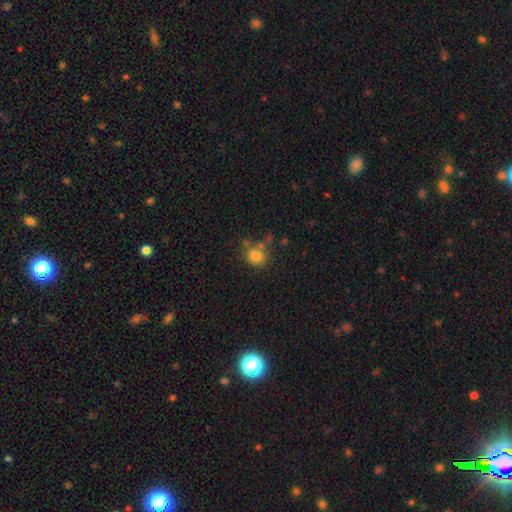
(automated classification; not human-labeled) smooth_or_featured: smooth (p=0.81) [alt: star or artifact p=0.11]
how_rounded: round (p=0.82) [alt: in between p=0.17]
merging: none (p=0.60) [alt: minor disturbance p=0.16]